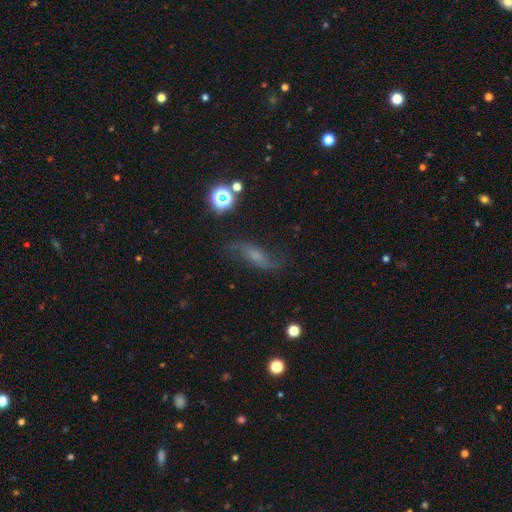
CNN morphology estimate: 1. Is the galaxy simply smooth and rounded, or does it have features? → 60% featured or disk, 24% smooth, 16% star or artifact.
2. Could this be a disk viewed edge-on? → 85% no, 15% yes.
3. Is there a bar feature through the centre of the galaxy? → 48% no, 38% weak, 14% strong.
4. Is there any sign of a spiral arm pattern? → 90% yes, 10% no.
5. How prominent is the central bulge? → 38% small, 29% none, 25% moderate, 6% large, 2% dominant.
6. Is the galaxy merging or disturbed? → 67% none, 19% minor disturbance, 11% major disturbance, 2% merger.